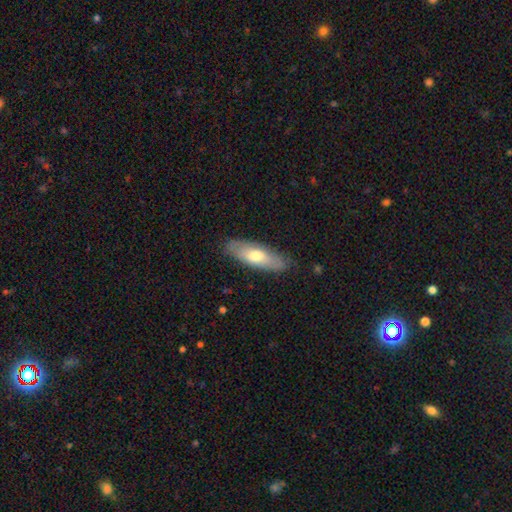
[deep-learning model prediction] Smooth or featured?
  - smooth: 61% *
  - featured or disk: 33%
  - star or artifact: 6%
How rounded?
  - in between: 63% *
  - cigar-shaped: 35%
  - round: 2%
Merging?
  - none: 82% *
  - minor disturbance: 14%
  - major disturbance: 3%
  - merger: 1%